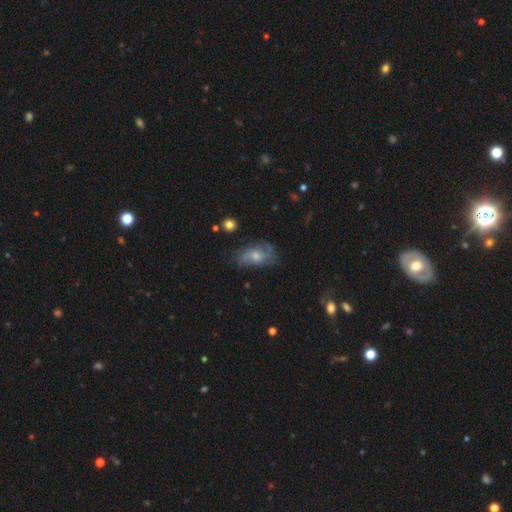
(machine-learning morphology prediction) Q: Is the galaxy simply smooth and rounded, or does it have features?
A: featured or disk — 54%.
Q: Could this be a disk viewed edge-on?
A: no — 94%.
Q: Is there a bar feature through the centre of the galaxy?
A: no — 74%.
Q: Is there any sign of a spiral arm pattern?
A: yes — 78%.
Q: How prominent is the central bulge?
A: moderate — 52%.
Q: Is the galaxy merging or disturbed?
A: none — 54%.